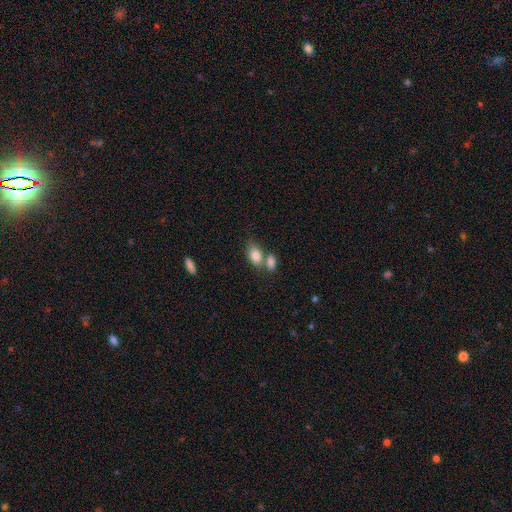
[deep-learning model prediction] This appears to be a smooth galaxy with no disk features (83%) that is in between round and cigar-shaped (85%). Merging: merger (44%).